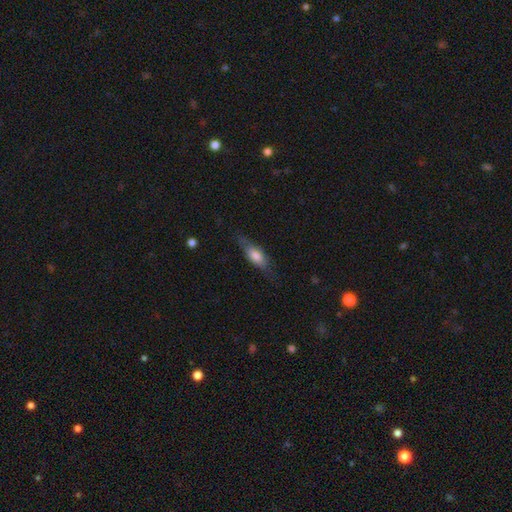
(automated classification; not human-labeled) This is likely a smooth galaxy (64%). How rounded: likely in between (62%). Merging: likely none (69%).